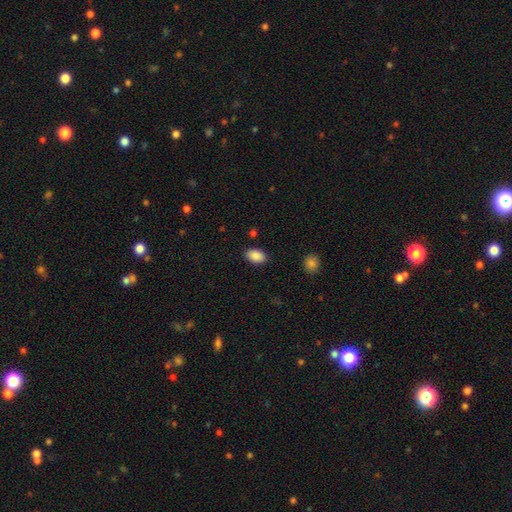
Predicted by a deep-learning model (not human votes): Smooth or featured?
  - smooth: 89% *
  - star or artifact: 7%
  - featured or disk: 3%
How rounded?
  - in between: 88% *
  - round: 11%
  - cigar-shaped: 1%
Merging?
  - none: 87% *
  - minor disturbance: 9%
  - major disturbance: 2%
  - merger: 2%